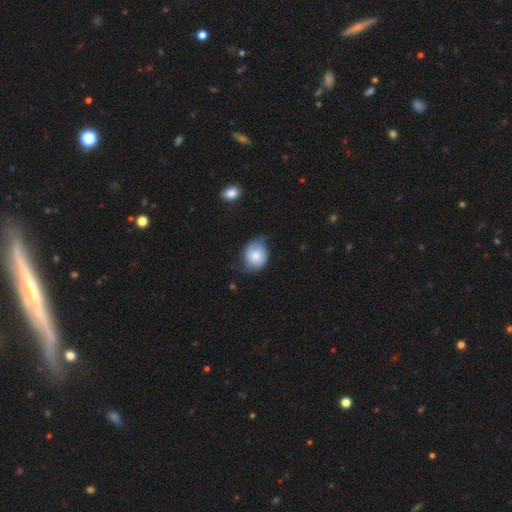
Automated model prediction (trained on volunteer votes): This is likely a smooth galaxy (74%). How rounded: likely round (60%). Merging: possibly none (51%).